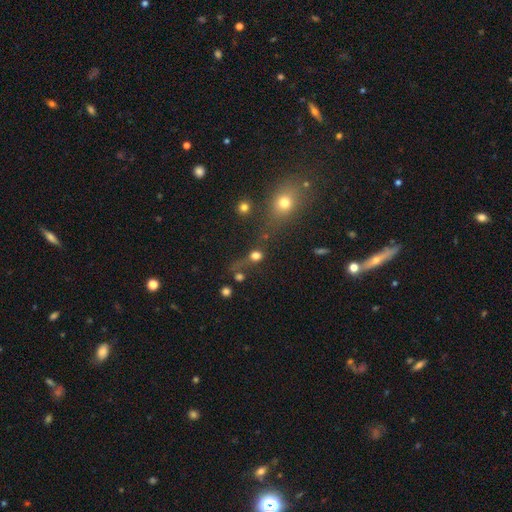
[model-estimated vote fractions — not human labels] Morphology: type=smooth (72%); roundness=round (77%); merging=none (49%).